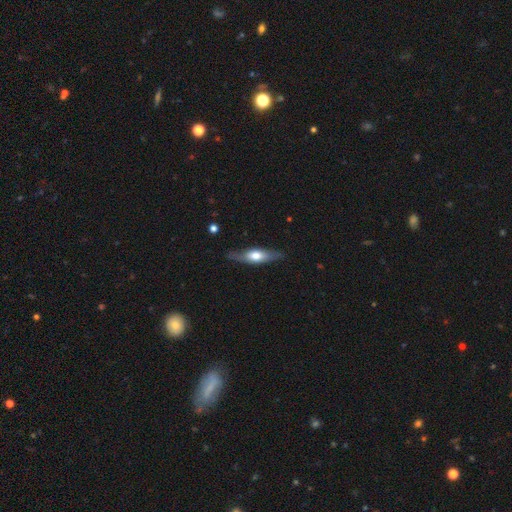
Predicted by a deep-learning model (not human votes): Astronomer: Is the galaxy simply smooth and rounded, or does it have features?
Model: featured or disk — 52% (runner-up: smooth, 43%).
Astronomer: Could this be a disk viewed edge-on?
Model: yes — 82%.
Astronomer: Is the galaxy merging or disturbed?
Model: none — 80%.